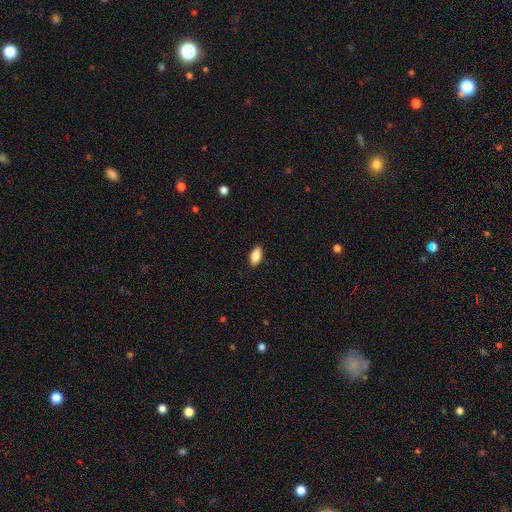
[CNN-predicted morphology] Smooth or featured?
  - smooth: 86% *
  - featured or disk: 8%
  - star or artifact: 7%
How rounded?
  - in between: 88% *
  - cigar-shaped: 9%
  - round: 2%
Merging?
  - none: 89% *
  - minor disturbance: 8%
  - major disturbance: 2%
  - merger: 1%